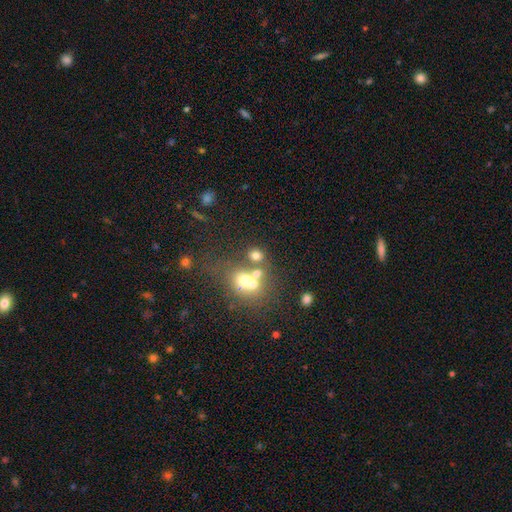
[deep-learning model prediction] Smooth or featured: smooth — 64% (featured or disk — 19%)
How rounded: round — 66% (in between — 32%)
Merging: none — 43% (merger — 40%)